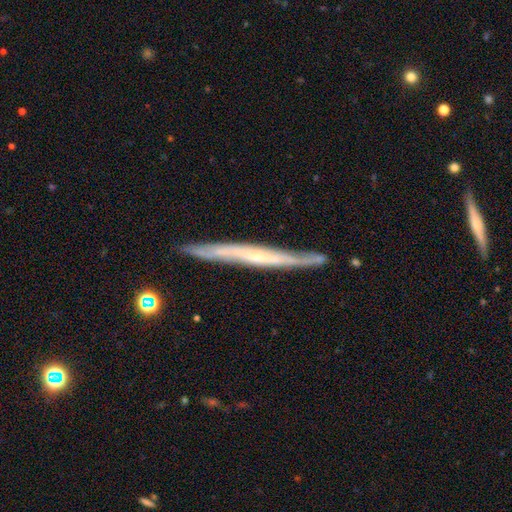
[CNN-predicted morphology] A featured or disk galaxy (70%) viewed edge-on (91%) with no central bulge (71%).

Vote fractions:
- Smooth or featured? featured or disk: 70% / smooth: 24% / star or artifact: 6%
- Edge-on disk? yes: 91% / no: 9%
- Edge-on bulge? none: 71% / rounded: 20% / boxy: 9%
- Merging? none: 81% / minor disturbance: 14% / major disturbance: 2% / merger: 2%